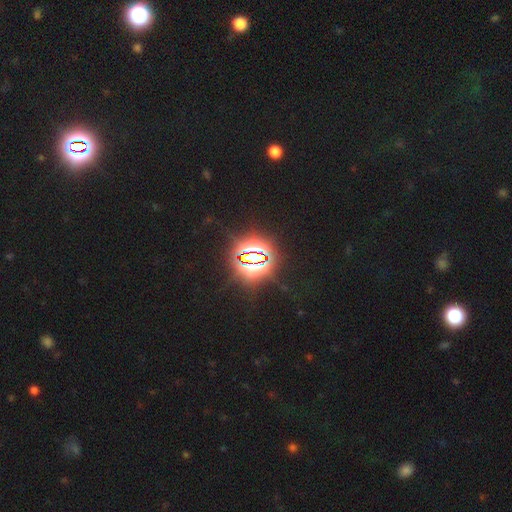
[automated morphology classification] Smooth or featured?
  - star or artifact: 81% *
  - smooth: 11%
  - featured or disk: 8%